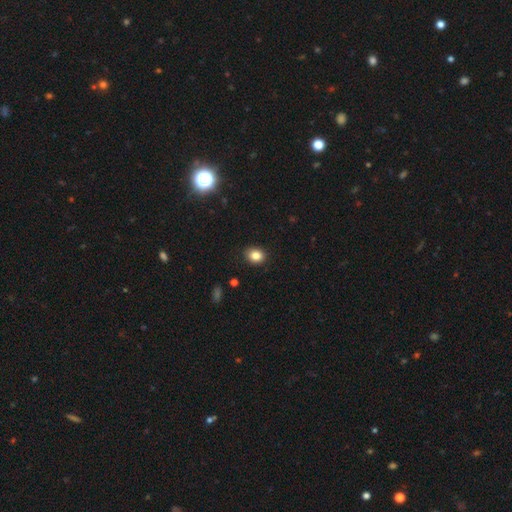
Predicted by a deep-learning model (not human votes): Smooth or featured: smooth — 83% (star or artifact — 11%)
How rounded: round — 57% (in between — 42%)
Merging: none — 88% (minor disturbance — 9%)